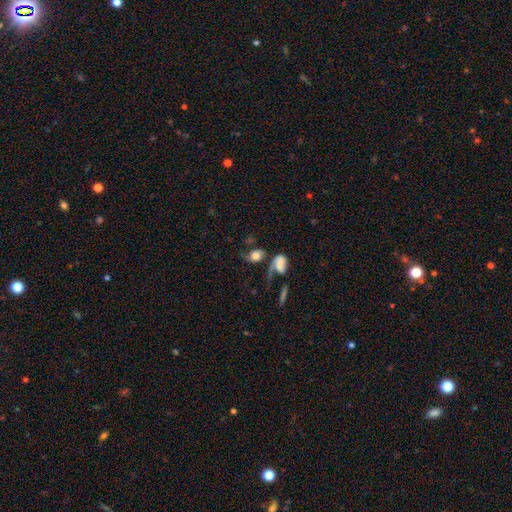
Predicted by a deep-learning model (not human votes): Morphology: type=smooth (47%); merging=none (30%).